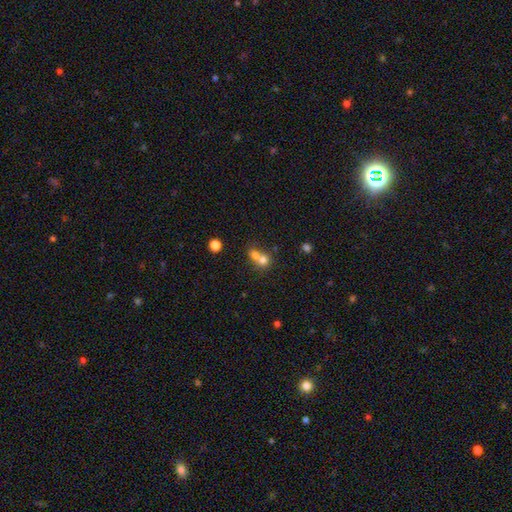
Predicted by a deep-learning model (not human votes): Smooth or featured?
  - smooth: 70% *
  - featured or disk: 17%
  - star or artifact: 13%
How rounded?
  - round: 72% *
  - in between: 27%
  - cigar-shaped: 1%
Merging?
  - merger: 67% *
  - none: 25%
  - minor disturbance: 5%
  - major disturbance: 3%